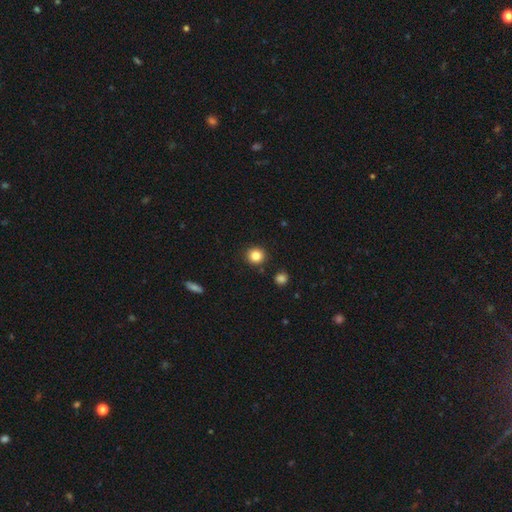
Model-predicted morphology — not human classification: The model was most divided on "smooth or featured": smooth: 84%, star or artifact: 11%, featured or disk: 5%. More confident: how rounded — round (92%); merging — none (90%).